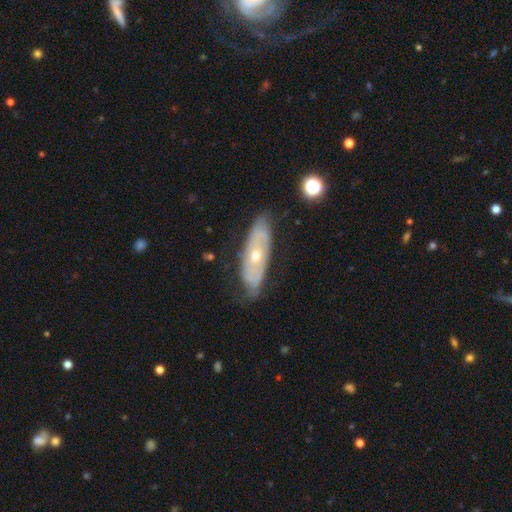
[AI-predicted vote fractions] Smooth or featured: featured or disk — 63% (smooth — 30%)
Edge-on disk: no — 75% (yes — 25%)
Merging: none — 73% (minor disturbance — 20%)